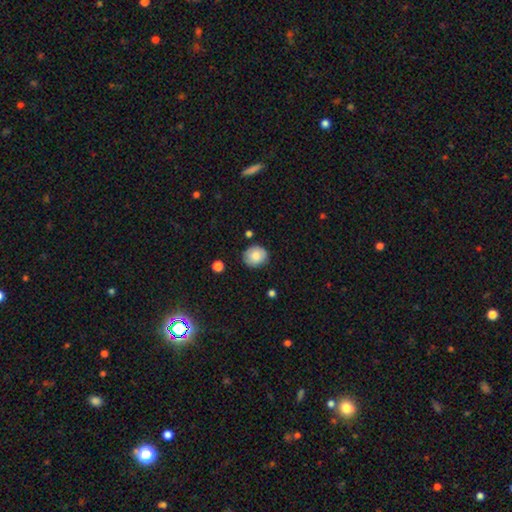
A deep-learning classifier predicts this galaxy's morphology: type=smooth (81%); roundness=round (78%); merging=none (81%).